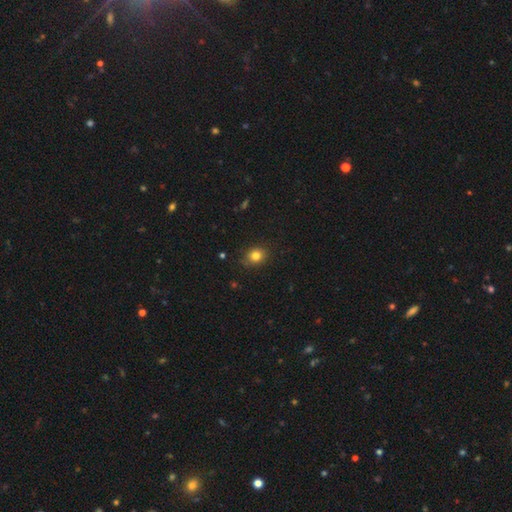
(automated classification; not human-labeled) Smooth or featured: smooth — 81% (star or artifact — 12%)
How rounded: round — 62% (in between — 37%)
Merging: none — 82% (minor disturbance — 14%)